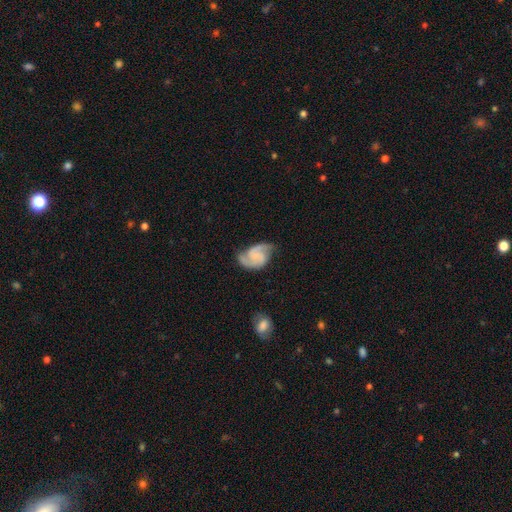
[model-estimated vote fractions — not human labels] This is clearly a featured or disk galaxy (84%). It is clearly not viewed edge-on (98%). Bar: possibly no (58%). Spiral arm pattern: clearly yes (97%). Spiral arm count: clearly 2 (87%). Spiral winding: possibly medium (52%). Central bulge: possibly none (55%). Merging: likely none (68%).